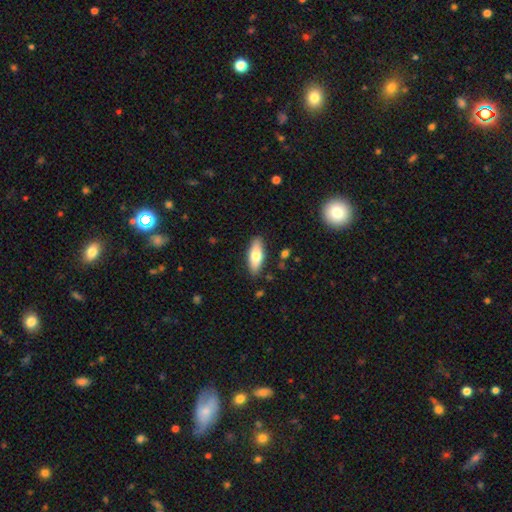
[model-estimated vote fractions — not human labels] smooth 66%, featured or disk 28%, star or artifact 6%. Down the decision tree: how rounded — in between (69%); merging — none (87%).